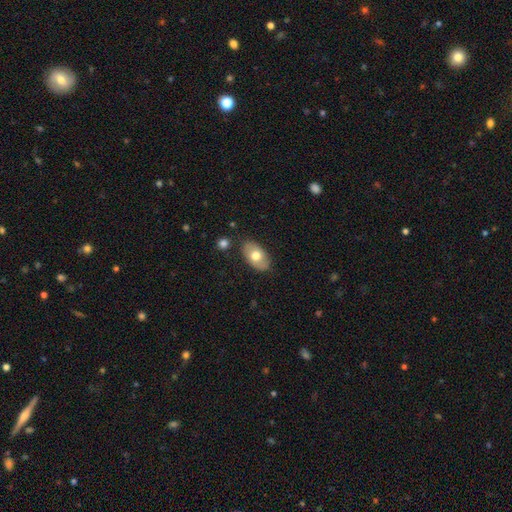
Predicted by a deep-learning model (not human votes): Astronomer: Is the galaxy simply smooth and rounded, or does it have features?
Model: smooth — 65%.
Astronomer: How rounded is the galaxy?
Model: in between — 92%.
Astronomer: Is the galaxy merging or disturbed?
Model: none — 82%.